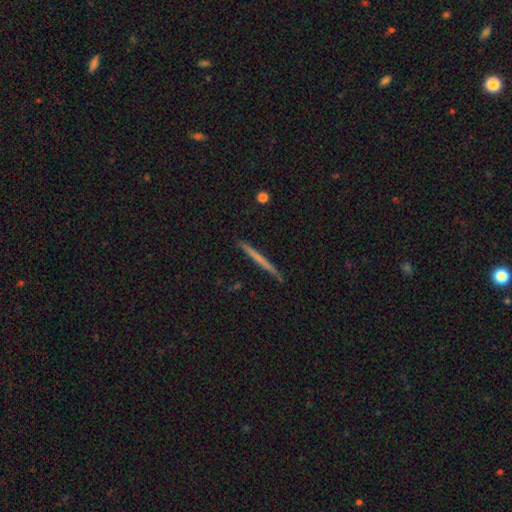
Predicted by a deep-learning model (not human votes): Smooth or featured? smooth (50%)
Merging? none (91%)